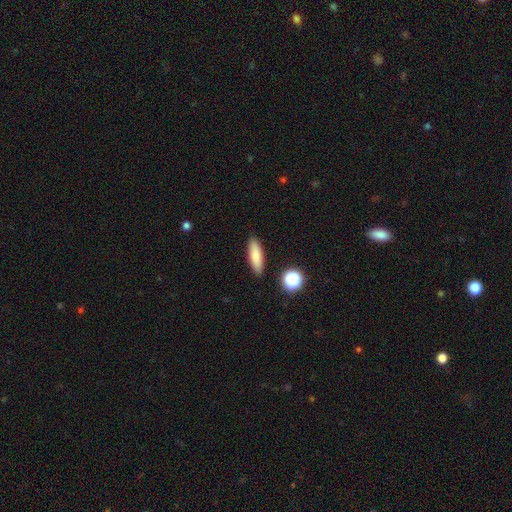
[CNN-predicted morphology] smooth-or-featured: smooth: 82% | featured or disk: 10% | star or artifact: 8%
  how-rounded: cigar-shaped: 49% | in between: 48% | round: 3%
  merging: none: 88% | minor disturbance: 8% | merger: 2% | major disturbance: 2%